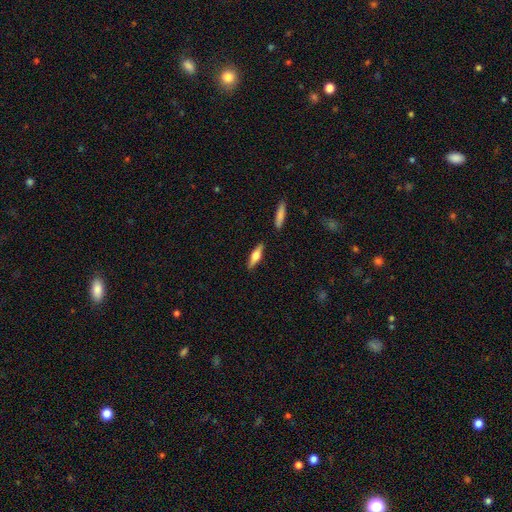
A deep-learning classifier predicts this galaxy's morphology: This is possibly a featured or disk galaxy (48%). Merging: clearly none (87%).